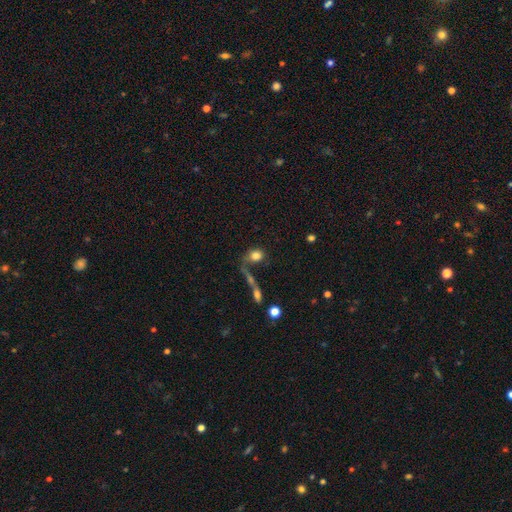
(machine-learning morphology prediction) smooth_or_featured: smooth (p=0.77) [alt: featured or disk p=0.13]
how_rounded: in between (p=0.52) [alt: round p=0.44]
merging: none (p=0.39) [alt: merger p=0.35]